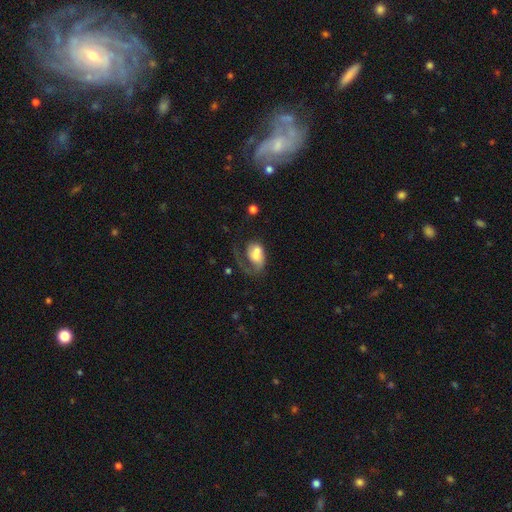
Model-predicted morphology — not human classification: Smooth or featured?
  - featured or disk: 49% *
  - smooth: 42%
  - star or artifact: 8%
Merging?
  - major disturbance: 44% *
  - none: 23%
  - merger: 18%
  - minor disturbance: 15%